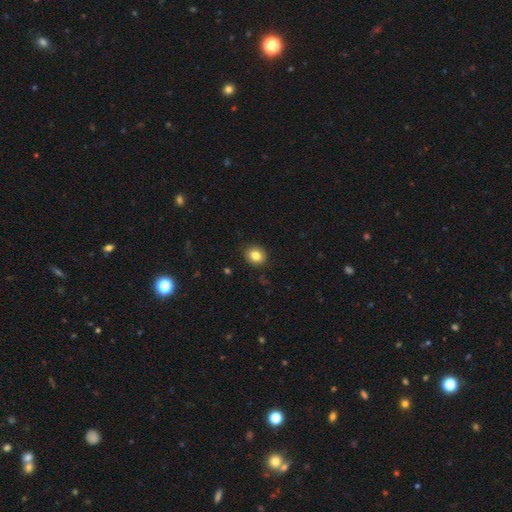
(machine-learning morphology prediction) A smooth galaxy with no disk features (83%) that is round (68%).

Vote fractions:
- Smooth or featured? smooth: 83% / star or artifact: 10% / featured or disk: 7%
- How rounded? round: 68% / in between: 31% / cigar-shaped: 1%
- Merging? none: 88% / minor disturbance: 9% / major disturbance: 2% / merger: 1%